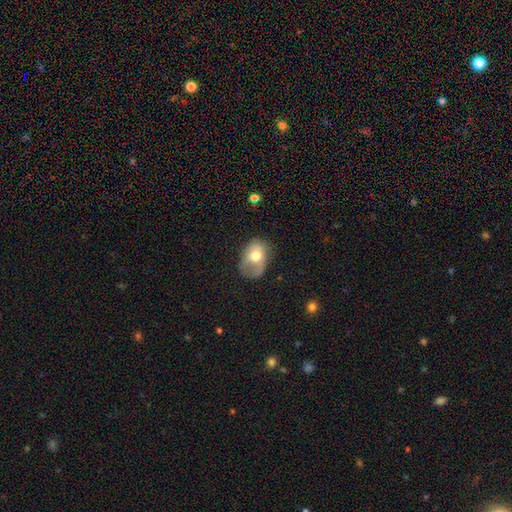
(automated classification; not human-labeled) This appears to be a smooth galaxy with no disk features (63%) that is in between round and cigar-shaped (78%). Merging: none (42%).